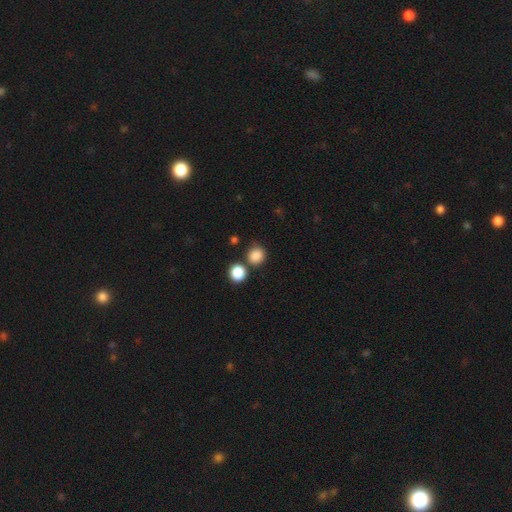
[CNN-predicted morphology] Smooth or featured? Predicted: smooth (p=0.85). How rounded? Predicted: round (p=0.87). Merging? Predicted: none (p=0.74).